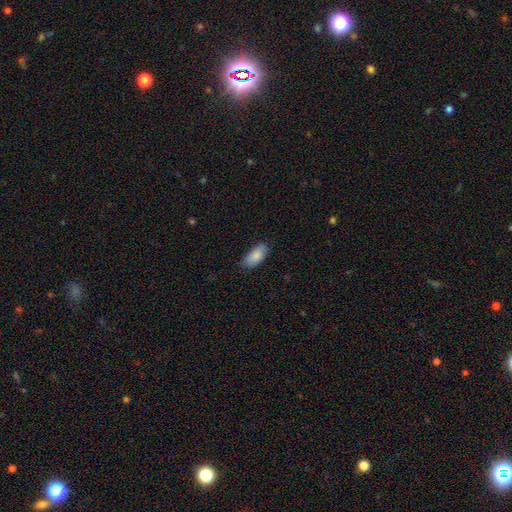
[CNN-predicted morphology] Smooth or featured? smooth (85%)
How rounded? in between (91%)
Merging? none (82%)